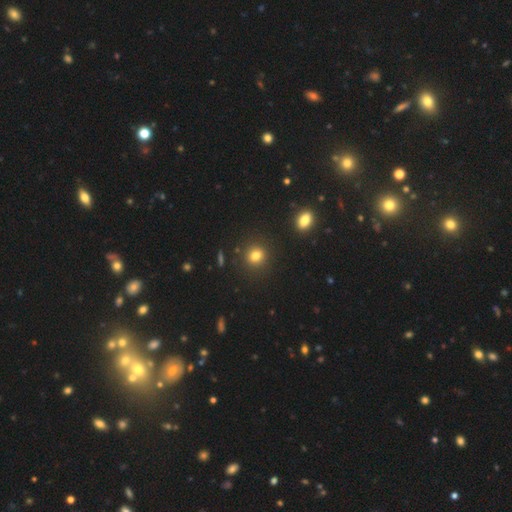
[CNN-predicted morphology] This appears to be a smooth galaxy with no disk features (81%) that is round (83%). Merging: none (89%).